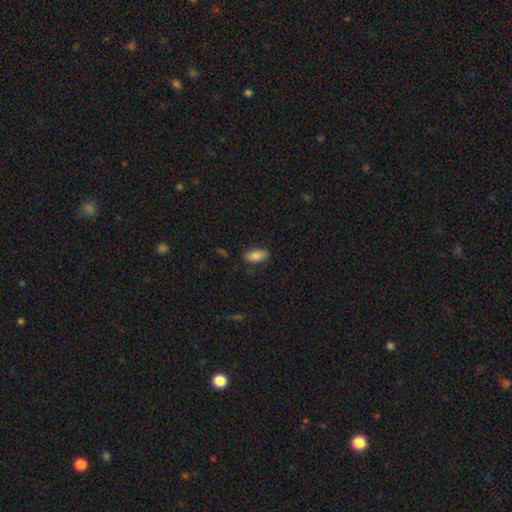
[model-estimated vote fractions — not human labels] Smooth or featured?
  - smooth: 83% *
  - featured or disk: 9%
  - star or artifact: 8%
How rounded?
  - in between: 88% *
  - cigar-shaped: 9%
  - round: 3%
Merging?
  - none: 78% *
  - minor disturbance: 17%
  - major disturbance: 3%
  - merger: 1%